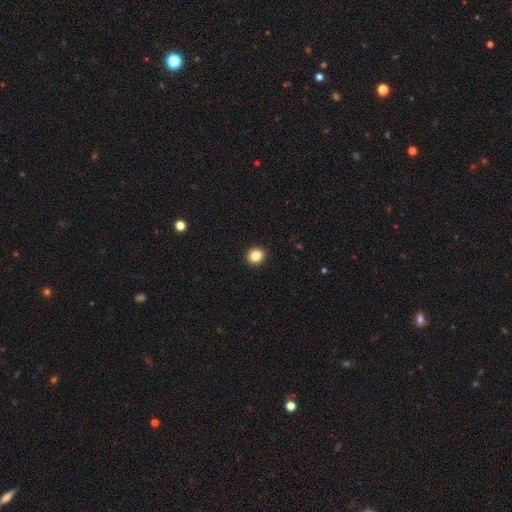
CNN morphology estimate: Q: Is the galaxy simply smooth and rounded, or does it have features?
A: smooth — 85%.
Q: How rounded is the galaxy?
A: round — 86%.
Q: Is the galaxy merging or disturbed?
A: none — 93%.